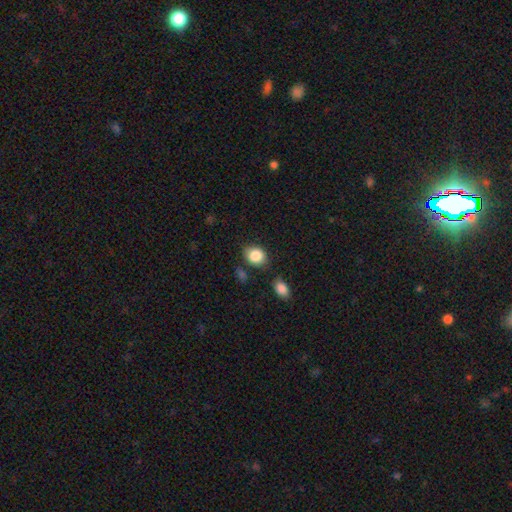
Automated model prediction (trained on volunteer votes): A smooth galaxy with no disk features (86%) that is round (52%). Merging: none (74%).